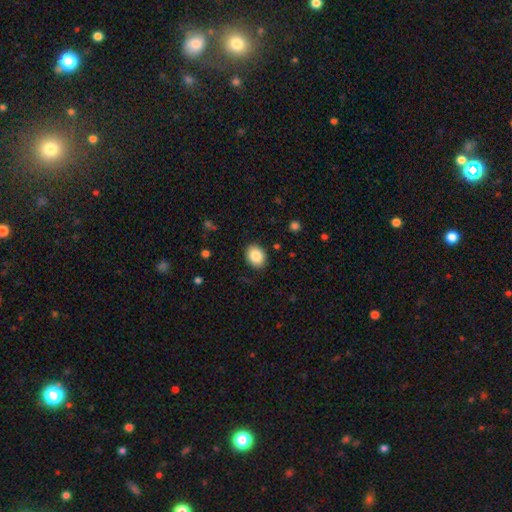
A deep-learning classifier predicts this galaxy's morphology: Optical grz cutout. It shows a smooth galaxy with no disk features (86%) that is in between round and cigar-shaped (60%). Merging: none (88%).